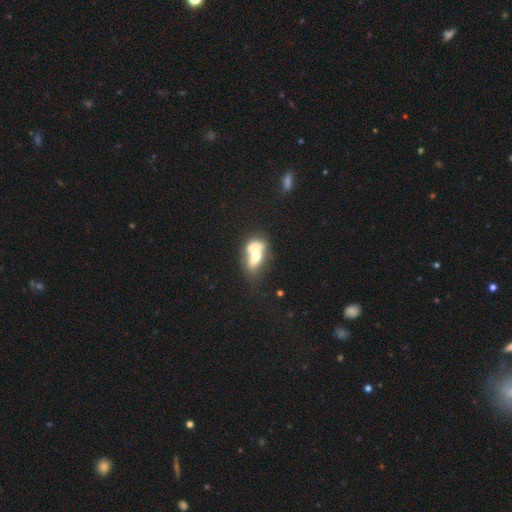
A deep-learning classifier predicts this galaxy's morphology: Smooth or featured: smooth — 58% (featured or disk — 33%)
How rounded: in between — 75% (round — 19%)
Merging: merger — 70% (none — 15%)